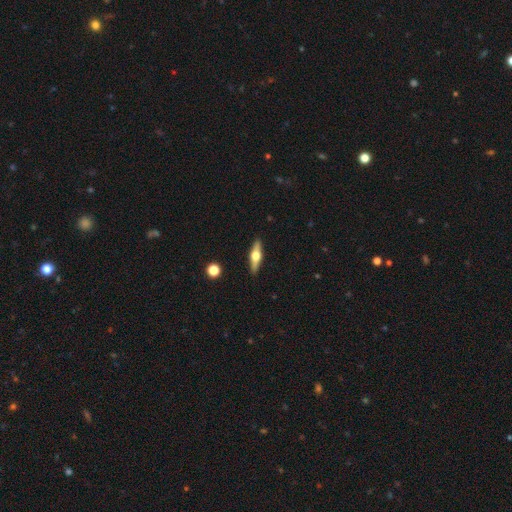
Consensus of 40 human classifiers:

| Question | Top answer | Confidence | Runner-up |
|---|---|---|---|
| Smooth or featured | featured or disk | 62% | smooth (30%) |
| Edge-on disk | yes | 100% | — |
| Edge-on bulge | rounded | 84% | boxy (8%) |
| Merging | none | 86% | minor disturbance (5%) |